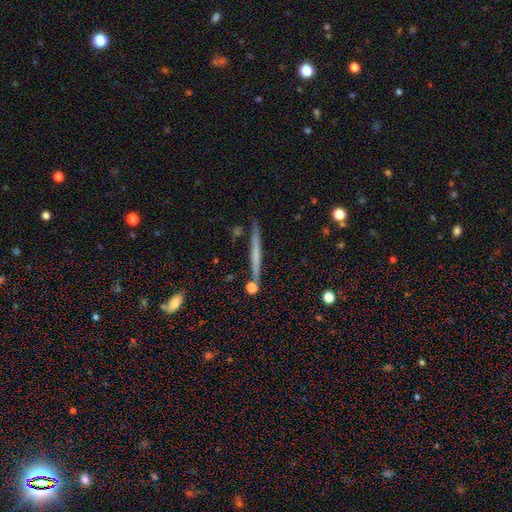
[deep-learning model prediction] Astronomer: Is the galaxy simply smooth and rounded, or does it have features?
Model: featured or disk — 50% (runner-up: smooth, 43%).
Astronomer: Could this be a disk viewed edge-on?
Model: yes — 97%.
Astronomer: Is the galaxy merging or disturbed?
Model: none — 84%.